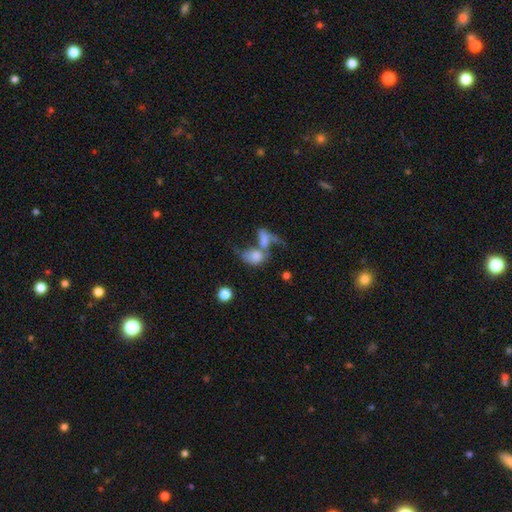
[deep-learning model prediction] Q: Smooth or featured?
A: smooth (66%); runner-up: featured or disk (23%)
Q: How rounded?
A: in between (72%); runner-up: round (25%)
Q: Merging?
A: merger (64%); runner-up: major disturbance (15%)